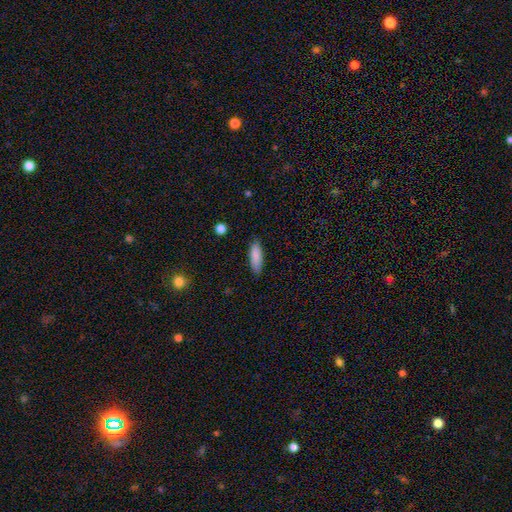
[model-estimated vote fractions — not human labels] This appears to be a smooth galaxy with no disk features (87%) that is in between round and cigar-shaped (54%). Merging: none (86%).